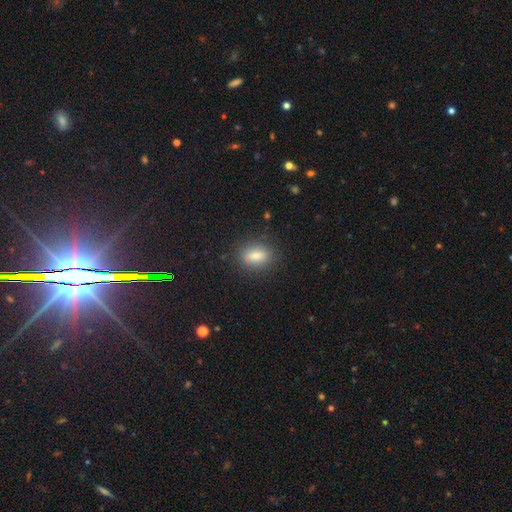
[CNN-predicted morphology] The model was most divided on "how rounded": in between: 76%, round: 16%, cigar-shaped: 8%. More confident: merging — none (84%); smooth or featured — smooth (79%).